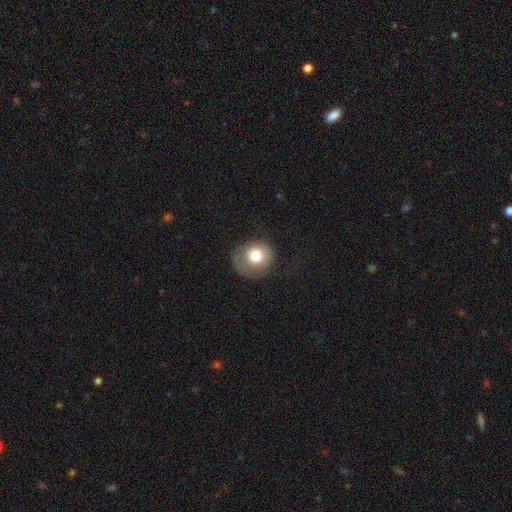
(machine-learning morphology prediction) A smooth galaxy with no disk features (73%) that is round (83%).

Vote fractions:
- Smooth or featured? smooth: 73% / featured or disk: 18% / star or artifact: 9%
- How rounded? round: 83% / in between: 16% / cigar-shaped: 1%
- Merging? none: 53% / minor disturbance: 26% / major disturbance: 19% / merger: 2%